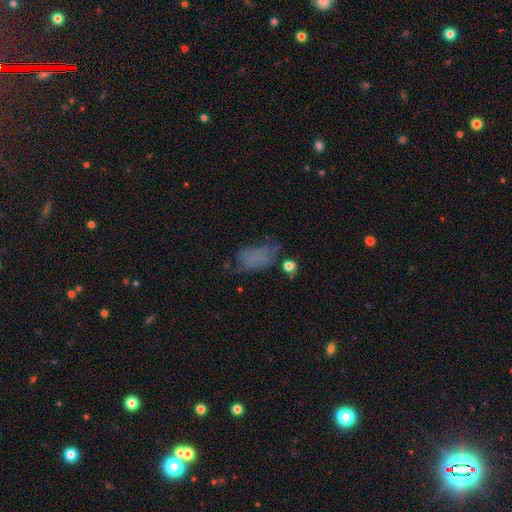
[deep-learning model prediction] Smooth or featured? smooth (57%)
How rounded? in between (86%)
Merging? none (40%)